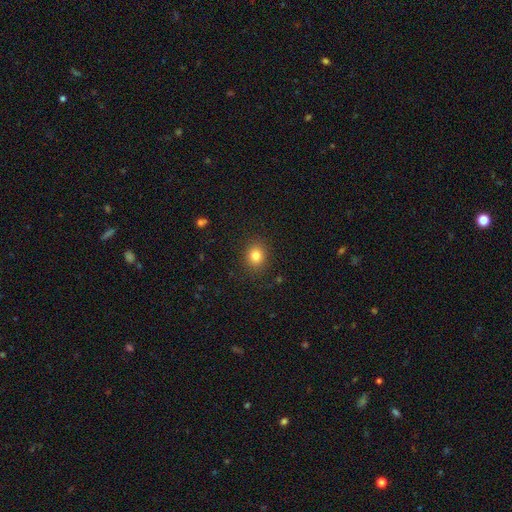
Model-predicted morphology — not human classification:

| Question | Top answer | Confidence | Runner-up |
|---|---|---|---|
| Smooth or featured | smooth | 81% | star or artifact (12%) |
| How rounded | round | 69% | in between (30%) |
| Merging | none | 88% | minor disturbance (8%) |